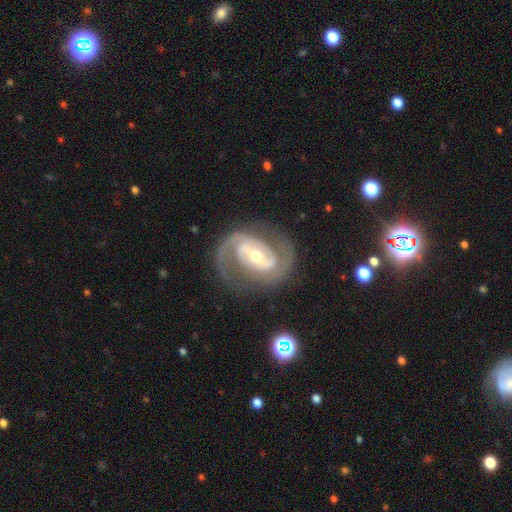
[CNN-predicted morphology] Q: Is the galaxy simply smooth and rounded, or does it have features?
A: featured or disk — 91%.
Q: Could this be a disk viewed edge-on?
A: no — 97%.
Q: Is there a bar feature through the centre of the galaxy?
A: weak — 41%.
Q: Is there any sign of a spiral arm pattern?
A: yes — 97%.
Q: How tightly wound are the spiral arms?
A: medium — 53%.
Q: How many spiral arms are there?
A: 2 — 89%.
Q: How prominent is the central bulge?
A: moderate — 59%.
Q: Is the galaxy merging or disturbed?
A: none — 78%.